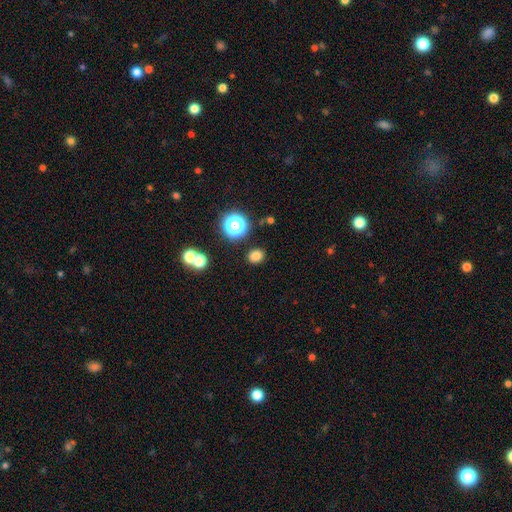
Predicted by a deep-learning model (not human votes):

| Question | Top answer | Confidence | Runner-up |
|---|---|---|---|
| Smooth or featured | smooth | 79% | star or artifact (16%) |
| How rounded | round | 67% | in between (32%) |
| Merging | none | 88% | minor disturbance (7%) |